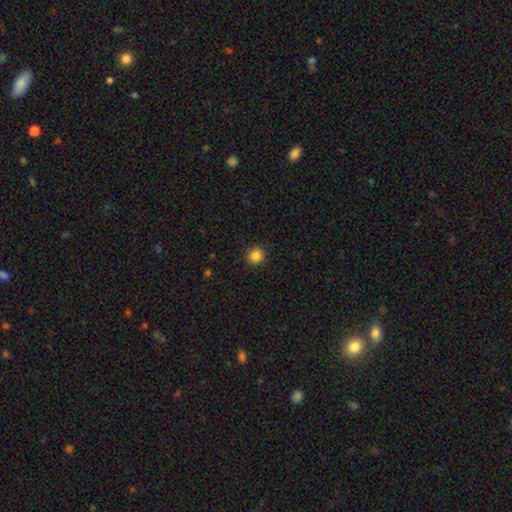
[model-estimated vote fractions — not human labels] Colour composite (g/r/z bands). It shows a smooth galaxy with no disk features (85%) that is round (91%). Merging: none (92%).